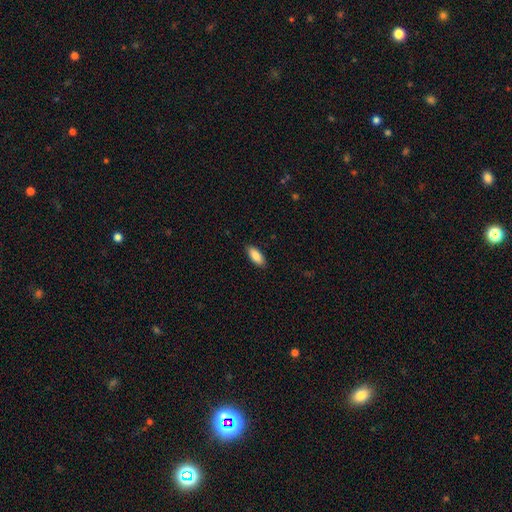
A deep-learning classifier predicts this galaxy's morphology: smooth_or_featured: smooth (p=0.89) [alt: star or artifact p=0.06]
how_rounded: in between (p=0.84) [alt: cigar-shaped p=0.15]
merging: none (p=0.88) [alt: minor disturbance p=0.09]